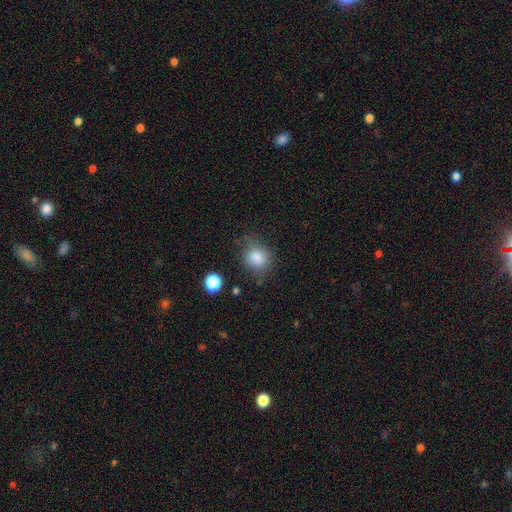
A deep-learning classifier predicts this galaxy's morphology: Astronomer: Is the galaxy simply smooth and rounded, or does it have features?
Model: smooth — 83%.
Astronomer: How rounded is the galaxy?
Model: round — 70%.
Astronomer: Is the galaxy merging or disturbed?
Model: none — 70%.